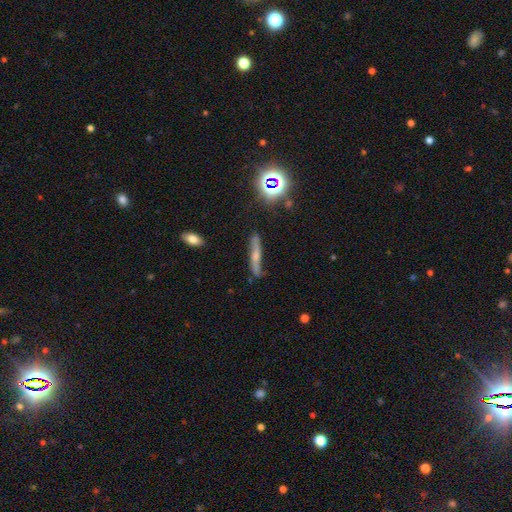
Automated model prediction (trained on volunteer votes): Smooth or featured: featured or disk — 45% (smooth — 40%)
Merging: none — 74% (minor disturbance — 18%)